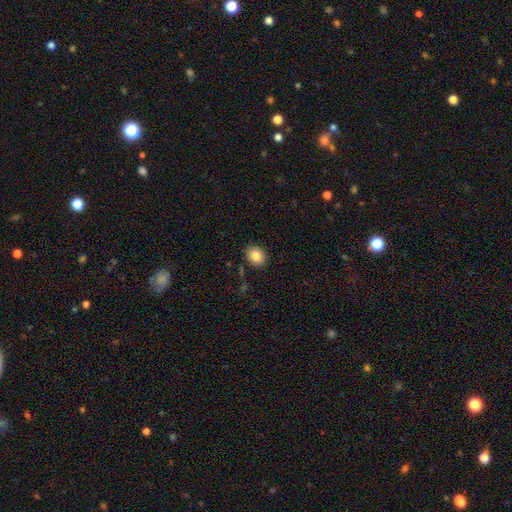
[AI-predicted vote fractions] Smooth or featured? Predicted: smooth (p=0.87). How rounded? Predicted: in between (p=0.62). Merging? Predicted: none (p=0.88).